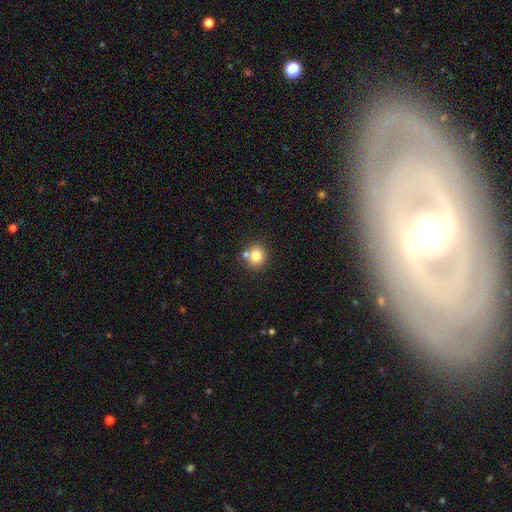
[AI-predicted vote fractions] A smooth galaxy with no disk features (79%) that is round (82%).

Vote fractions:
- Smooth or featured? smooth: 79% / star or artifact: 11% / featured or disk: 9%
- How rounded? round: 82% / in between: 17% / cigar-shaped: 1%
- Merging? none: 67% / merger: 21% / minor disturbance: 10% / major disturbance: 3%